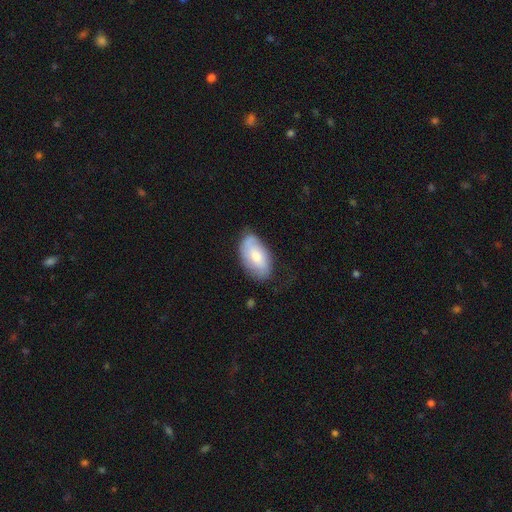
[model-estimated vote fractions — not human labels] A smooth galaxy with no disk features (61%) that is in between round and cigar-shaped (94%). Merging: none (64%).